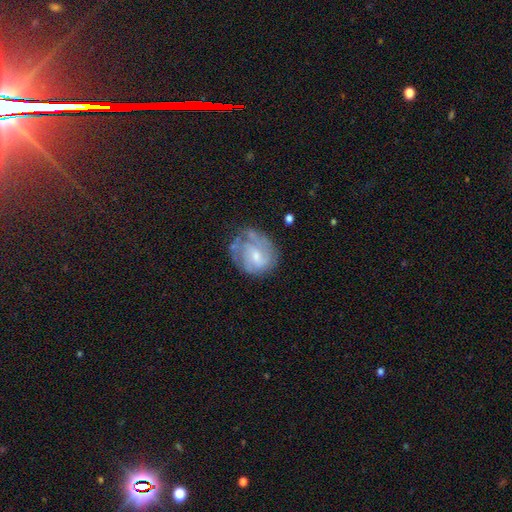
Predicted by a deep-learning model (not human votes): Smooth or featured: featured or disk — 67% (smooth — 26%)
Edge-on disk: no — 98% (yes — 2%)
Bar: weak — 47% (no — 45%)
Spiral arms: yes — 77% (no — 23%)
Bulge size: small — 51% (moderate — 37%)
Merging: none — 55% (minor disturbance — 26%)